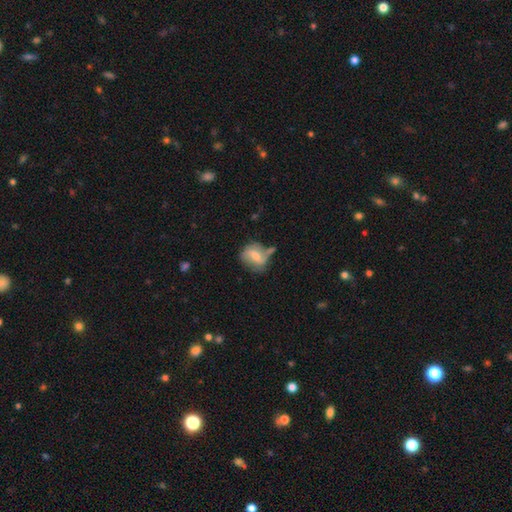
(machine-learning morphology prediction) A smooth galaxy with no disk features (49%). Merging: none (45%).